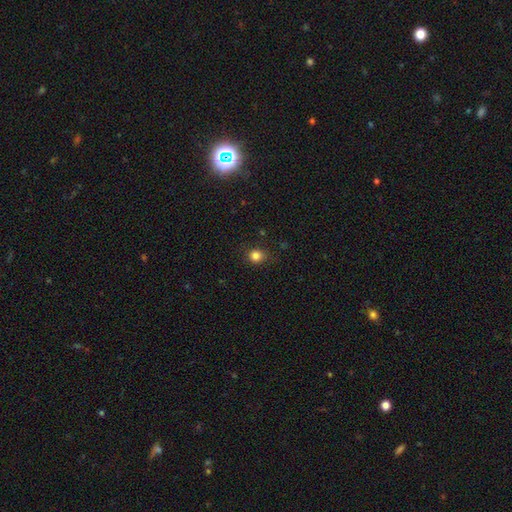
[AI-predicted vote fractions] A smooth galaxy with no disk features (83%) that is round (80%). Merging: none (84%).